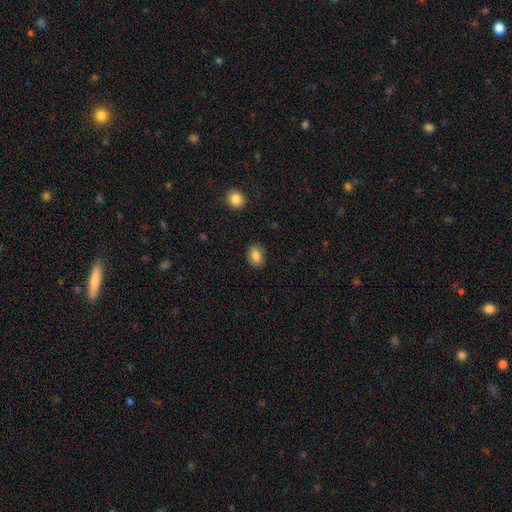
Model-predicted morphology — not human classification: Smooth or featured: smooth — 83% (star or artifact — 8%)
How rounded: in between — 72% (round — 27%)
Merging: none — 86% (minor disturbance — 10%)